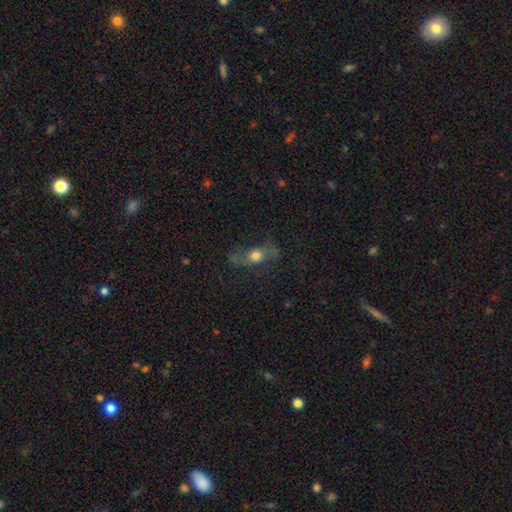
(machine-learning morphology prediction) Q: Smooth or featured?
A: smooth (46%); runner-up: featured or disk (41%)
Q: Merging?
A: none (60%); runner-up: minor disturbance (22%)